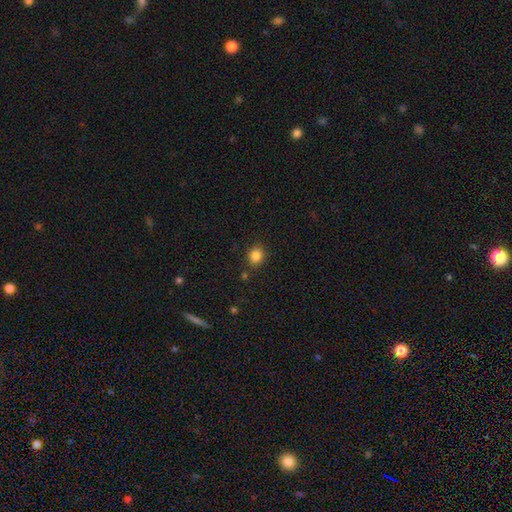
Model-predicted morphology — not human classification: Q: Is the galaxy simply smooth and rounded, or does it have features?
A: smooth — 84%.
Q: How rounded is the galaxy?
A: round — 79%.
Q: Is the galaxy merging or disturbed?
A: none — 86%.